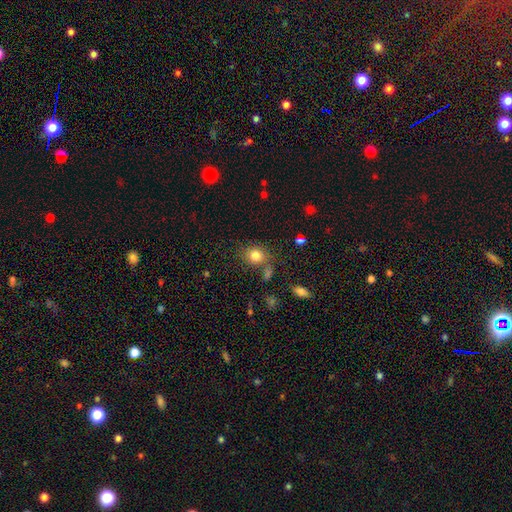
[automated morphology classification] smooth-or-featured: smooth: 81% | star or artifact: 11% | featured or disk: 8%
  how-rounded: round: 61% | in between: 38% | cigar-shaped: 1%
  merging: none: 67% | minor disturbance: 16% | merger: 11% | major disturbance: 6%